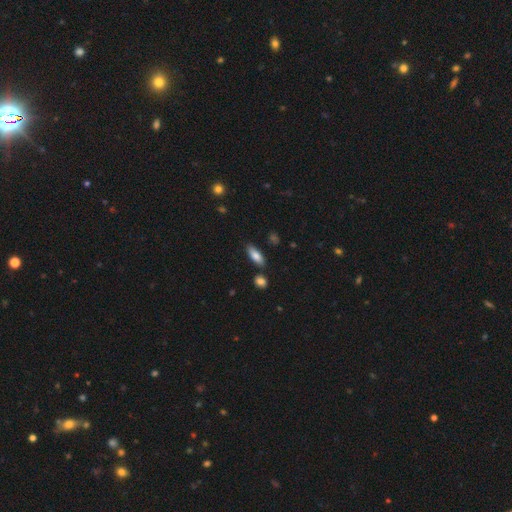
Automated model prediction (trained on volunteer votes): Smooth or featured: smooth — 80% (featured or disk — 13%)
How rounded: in between — 69% (cigar-shaped — 28%)
Merging: none — 79% (minor disturbance — 12%)